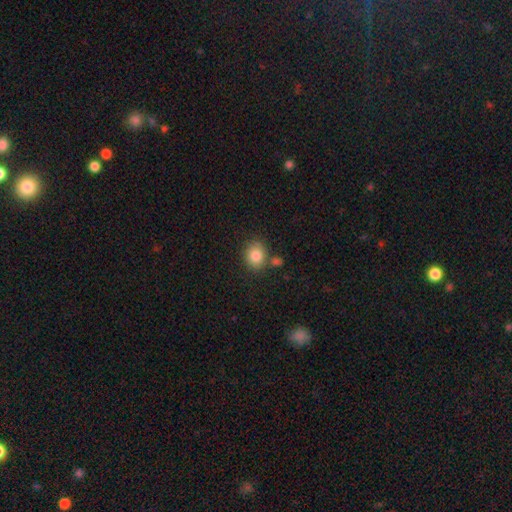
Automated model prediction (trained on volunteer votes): smooth 83%, star or artifact 9%, featured or disk 7%. Down the decision tree: how rounded — round (61%); merging — none (73%).